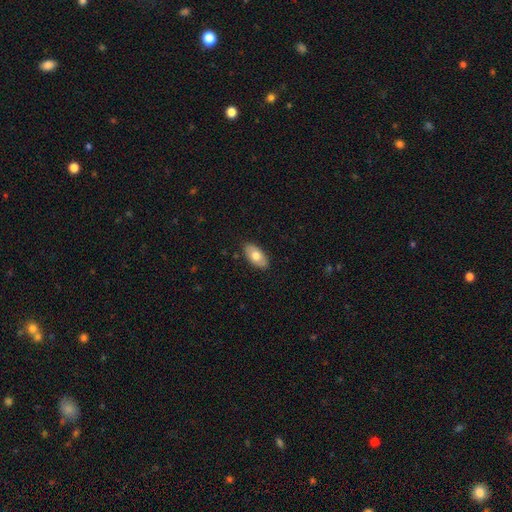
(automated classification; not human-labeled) Q: Smooth or featured?
A: smooth (73%); runner-up: featured or disk (21%)
Q: How rounded?
A: in between (94%); runner-up: round (3%)
Q: Merging?
A: none (87%); runner-up: minor disturbance (10%)